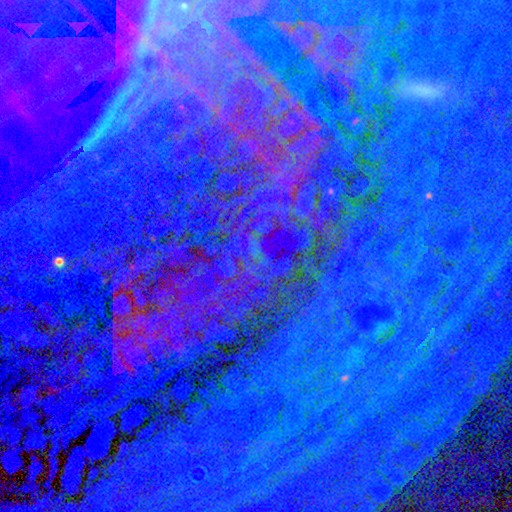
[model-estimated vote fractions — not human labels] Q: Smooth or featured?
A: star or artifact (84%); runner-up: smooth (8%)